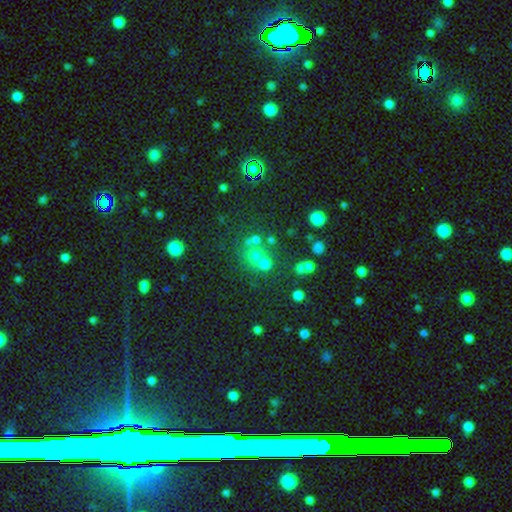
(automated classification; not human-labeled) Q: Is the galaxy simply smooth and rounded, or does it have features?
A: smooth — 60%.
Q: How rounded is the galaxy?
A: round — 86%.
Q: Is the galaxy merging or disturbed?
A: none — 55%.